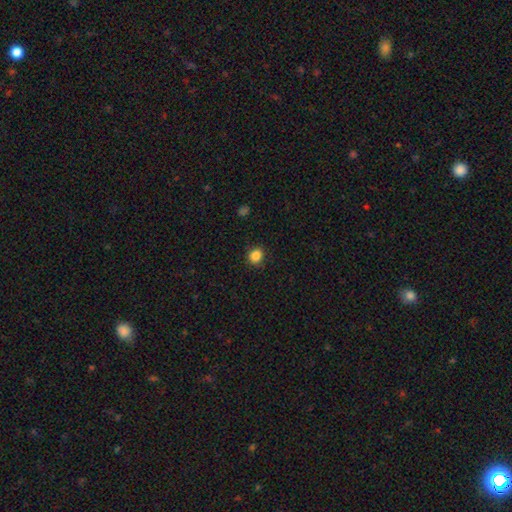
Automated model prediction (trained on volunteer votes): A smooth galaxy with no disk features (86%) that is round (81%).

Vote fractions:
- Smooth or featured? smooth: 86% / star or artifact: 11% / featured or disk: 3%
- How rounded? round: 81% / in between: 18% / cigar-shaped: 1%
- Merging? none: 89% / minor disturbance: 8% / major disturbance: 2% / merger: 1%